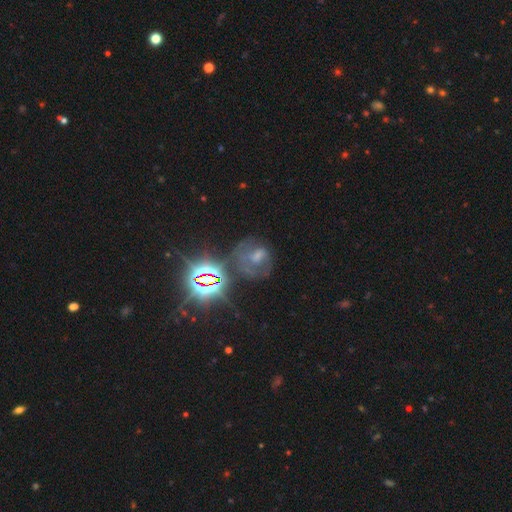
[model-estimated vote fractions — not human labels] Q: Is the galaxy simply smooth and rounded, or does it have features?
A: star or artifact — 41%.